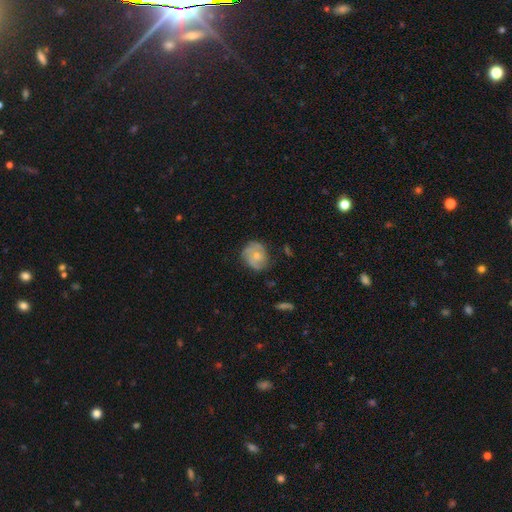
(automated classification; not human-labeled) featured or disk 64%, smooth 30%, star or artifact 7%. Down the decision tree: edge-on disk — no (98%); bar — no (76%); spiral arms — yes (87%); spiral arm count — 2 (47%); spiral winding — tight (48%); bulge size — moderate (49%); merging — none (68%).